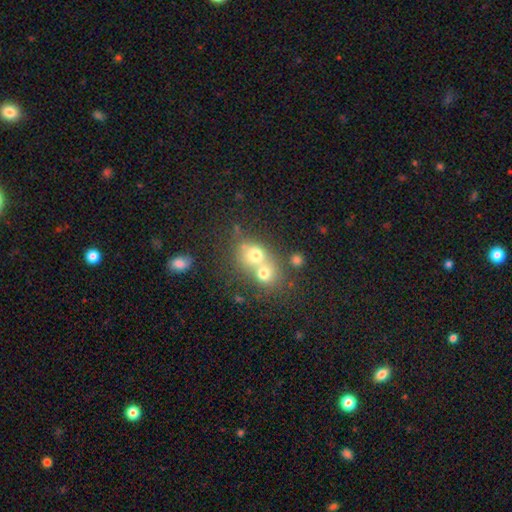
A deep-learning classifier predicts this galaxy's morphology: The model was most divided on "merging": merger: 63%, none: 28%, minor disturbance: 6%, major disturbance: 3%. More confident: how rounded — round (69%); smooth or featured — smooth (66%).